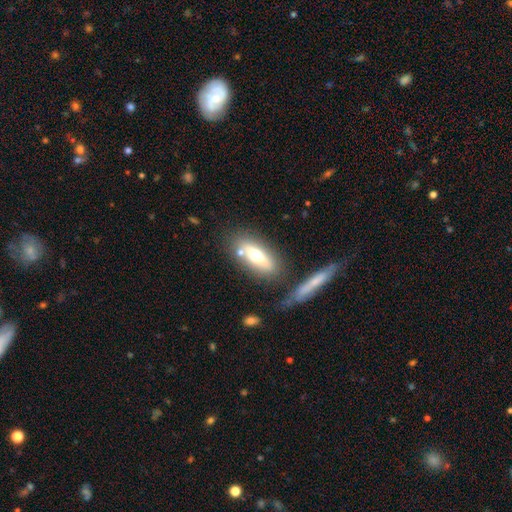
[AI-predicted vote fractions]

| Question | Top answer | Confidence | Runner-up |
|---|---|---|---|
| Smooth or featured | smooth | 56% | featured or disk (36%) |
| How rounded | in between | 64% | cigar-shaped (32%) |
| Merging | none | 66% | minor disturbance (14%) |